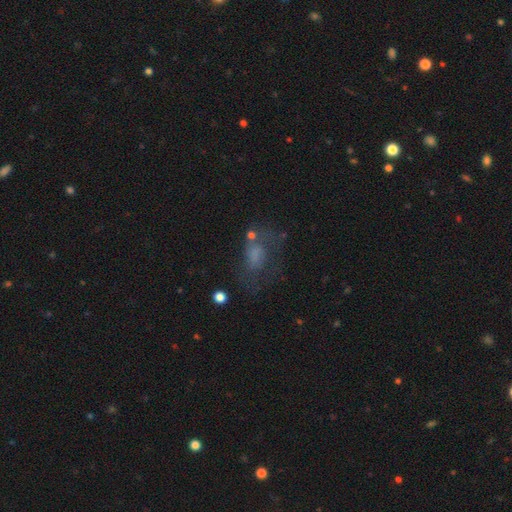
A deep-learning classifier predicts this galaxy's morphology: Smooth or featured?
  - smooth: 49% *
  - featured or disk: 33%
  - star or artifact: 17%
Merging?
  - none: 37% *
  - major disturbance: 35%
  - minor disturbance: 21%
  - merger: 6%